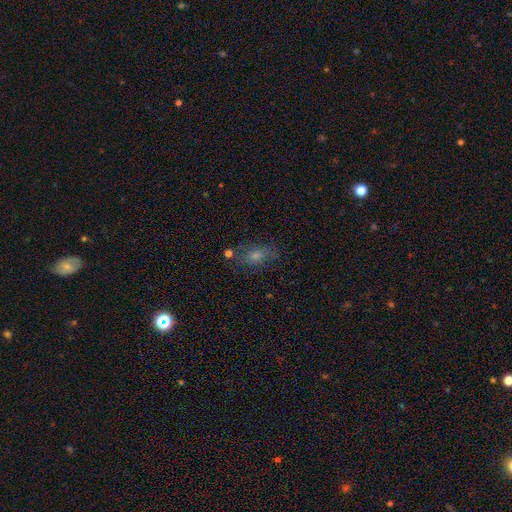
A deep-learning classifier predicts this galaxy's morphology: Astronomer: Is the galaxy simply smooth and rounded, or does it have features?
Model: smooth — 45% (runner-up: star or artifact, 28%).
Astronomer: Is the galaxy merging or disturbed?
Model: none — 74%.